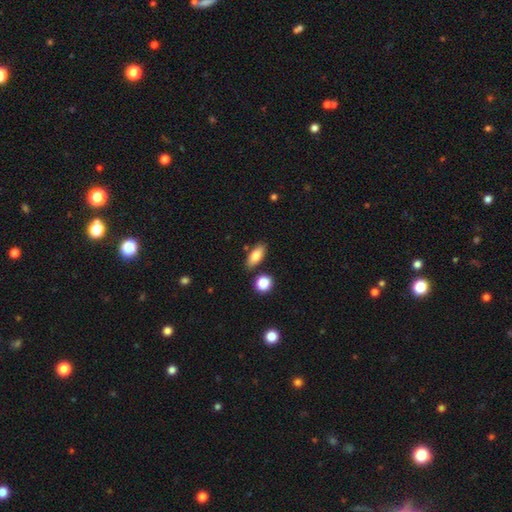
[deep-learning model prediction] Morphology: type=smooth (80%); roundness=in between (82%); merging=none (81%).